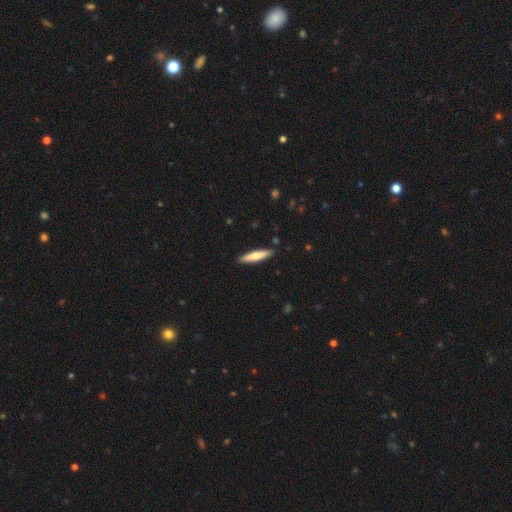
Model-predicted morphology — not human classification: This is likely a smooth galaxy (63%). How rounded: clearly cigar-shaped (82%). Merging: clearly none (90%).